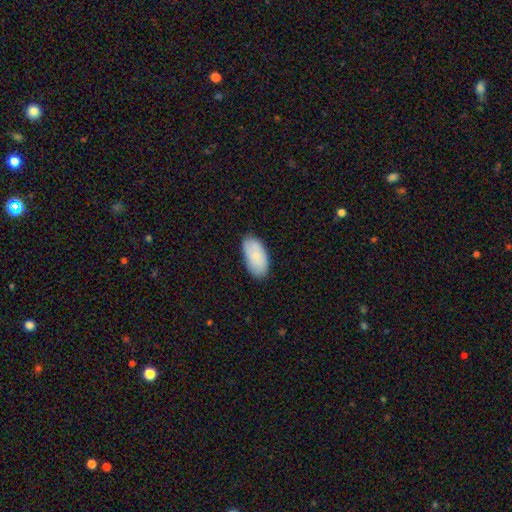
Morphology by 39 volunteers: A smooth galaxy with no disk features (79%) that is in between round and cigar-shaped (90%). Merging: none (65%).